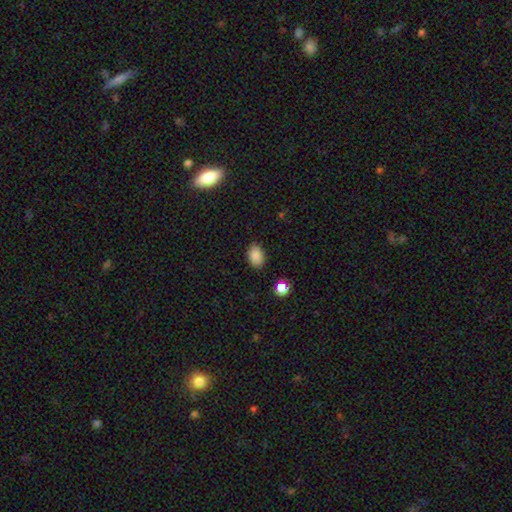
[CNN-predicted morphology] Q: Smooth or featured?
A: smooth (86%); runner-up: star or artifact (10%)
Q: How rounded?
A: in between (83%); runner-up: round (16%)
Q: Merging?
A: none (85%); runner-up: minor disturbance (11%)